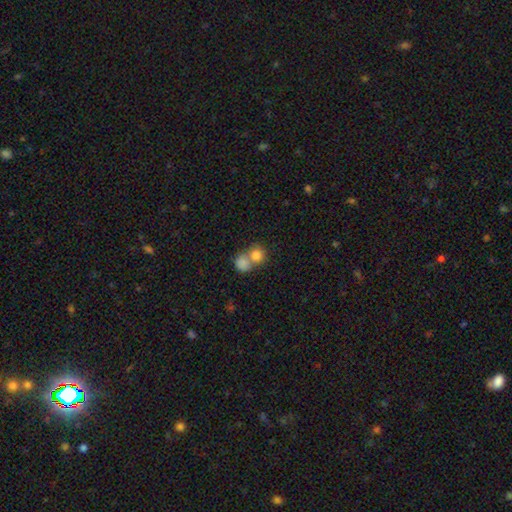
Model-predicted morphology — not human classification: type=smooth (82%); roundness=round (82%); merging=merger (56%).